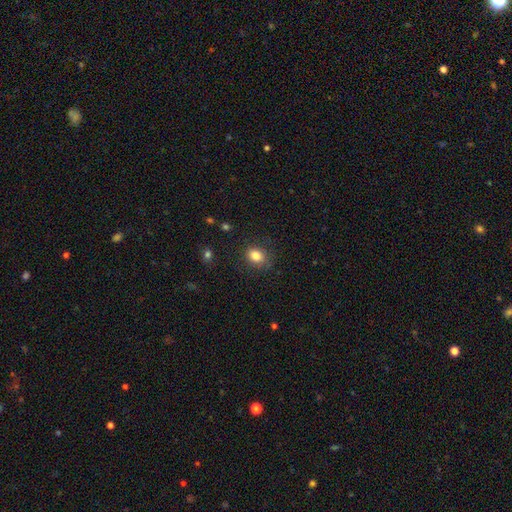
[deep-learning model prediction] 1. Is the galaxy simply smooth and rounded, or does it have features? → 83% smooth, 11% star or artifact, 7% featured or disk.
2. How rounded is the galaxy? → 51% round, 48% in between, 1% cigar-shaped.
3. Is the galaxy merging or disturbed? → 81% none, 13% minor disturbance, 4% major disturbance, 1% merger.